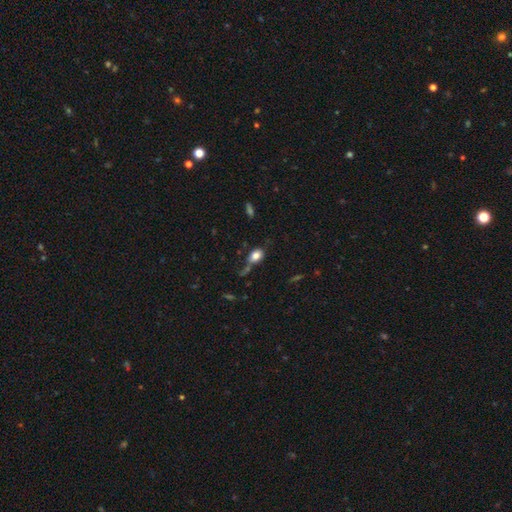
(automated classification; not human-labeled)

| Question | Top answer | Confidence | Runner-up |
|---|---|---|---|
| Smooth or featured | smooth | 82% | star or artifact (10%) |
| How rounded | in between | 78% | round (19%) |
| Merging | none | 52% | minor disturbance (24%) |